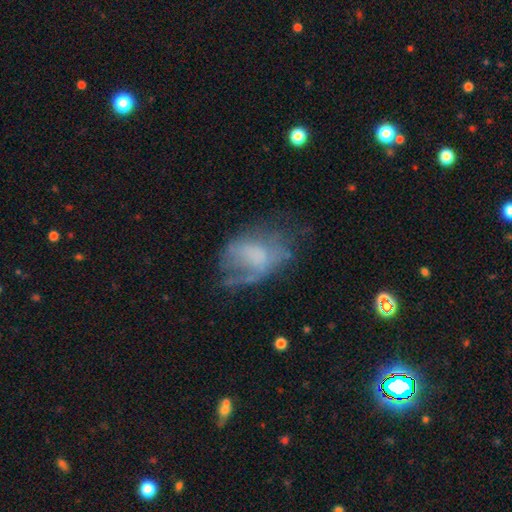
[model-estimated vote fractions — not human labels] Morphology: type=featured or disk (47%); merging=major disturbance (37%).